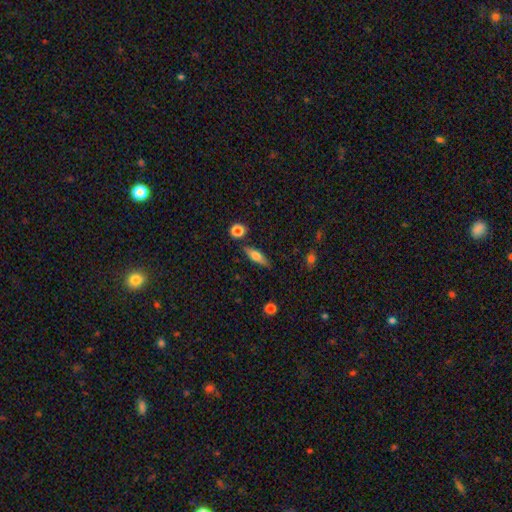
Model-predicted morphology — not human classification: Smooth or featured?
  - smooth: 65% *
  - featured or disk: 28%
  - star or artifact: 7%
How rounded?
  - in between: 50% *
  - cigar-shaped: 47%
  - round: 3%
Merging?
  - none: 80% *
  - minor disturbance: 13%
  - merger: 4%
  - major disturbance: 3%